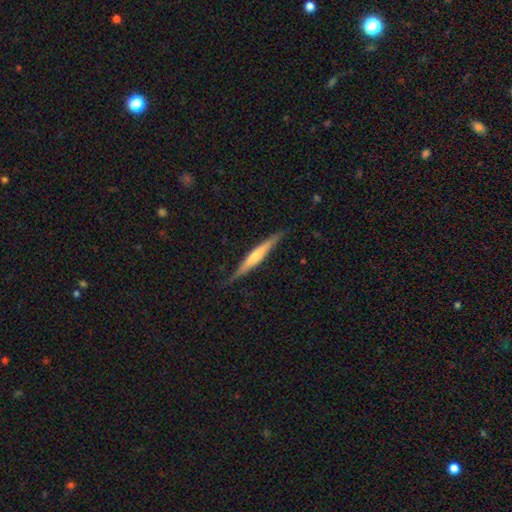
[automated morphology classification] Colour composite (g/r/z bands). It shows a featured or disk galaxy (56%) viewed edge-on (97%) with a rounded central bulge (46%). Merging: none (84%).